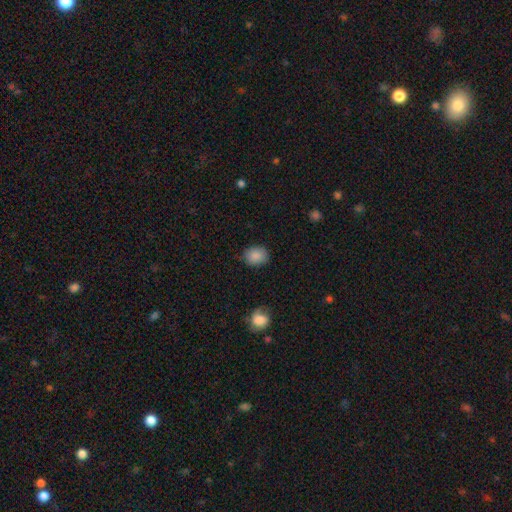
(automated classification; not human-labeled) smooth-or-featured: smooth: 86% | star or artifact: 8% | featured or disk: 6%
  how-rounded: round: 52% | in between: 47% | cigar-shaped: 1%
  merging: none: 81% | minor disturbance: 15% | major disturbance: 3% | merger: 1%